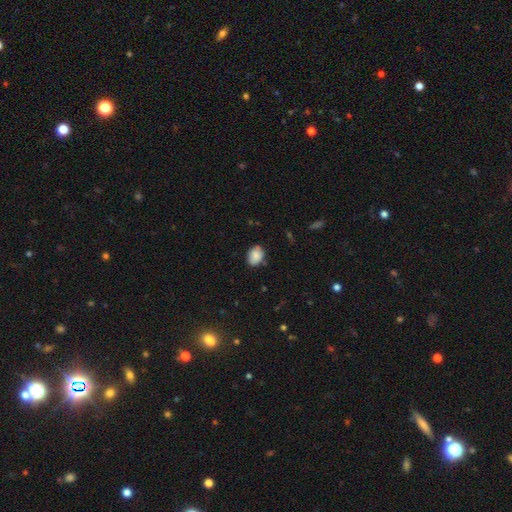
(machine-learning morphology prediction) Overall: smooth (82%). How rounded: in between (69%). Merging: none (76%).